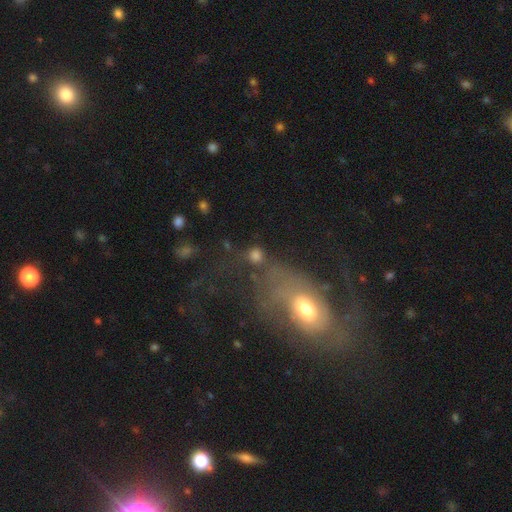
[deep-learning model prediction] smooth_or_featured: smooth (p=0.50) [alt: featured or disk p=0.31]
how_rounded: in between (p=0.49) [alt: round p=0.46]
merging: none (p=0.40) [alt: major disturbance p=0.26]